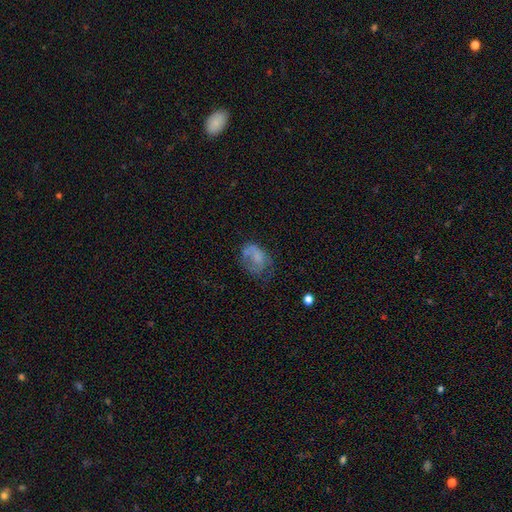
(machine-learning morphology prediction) Q: Smooth or featured?
A: smooth (52%); runner-up: featured or disk (35%)
Q: How rounded?
A: in between (73%); runner-up: round (26%)
Q: Merging?
A: major disturbance (37%); runner-up: none (33%)